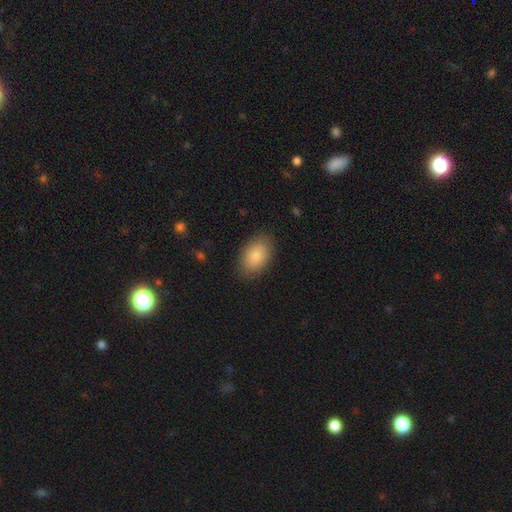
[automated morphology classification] smooth_or_featured: smooth (p=0.86) [alt: featured or disk p=0.08]
how_rounded: in between (p=0.90) [alt: round p=0.09]
merging: none (p=0.85) [alt: minor disturbance p=0.11]